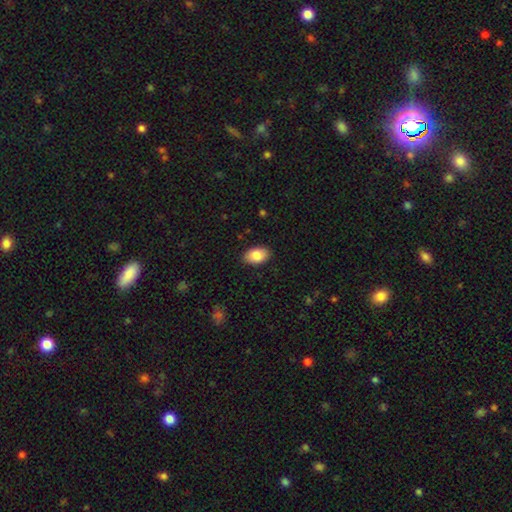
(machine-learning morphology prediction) smooth_or_featured: smooth (p=0.85) [alt: featured or disk p=0.08]
how_rounded: in between (p=0.91) [alt: round p=0.08]
merging: none (p=0.88) [alt: minor disturbance p=0.09]